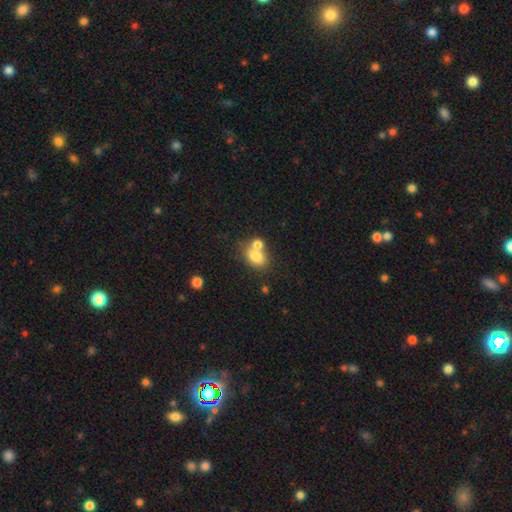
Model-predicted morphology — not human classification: type=smooth (77%); roundness=in between (70%); merging=merger (46%).